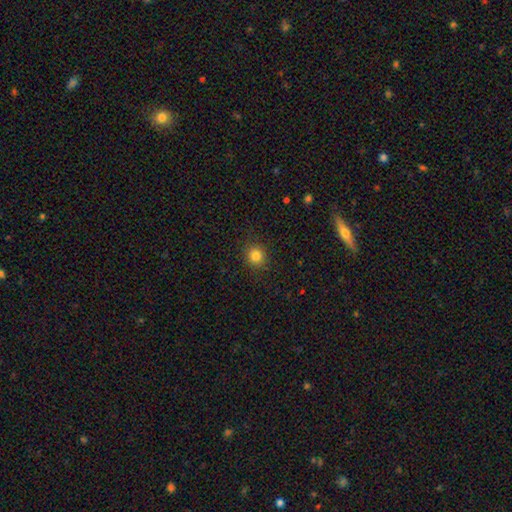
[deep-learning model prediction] The model was most divided on "smooth or featured": smooth: 82%, star or artifact: 12%, featured or disk: 6%. More confident: merging — none (90%); how rounded — round (85%).